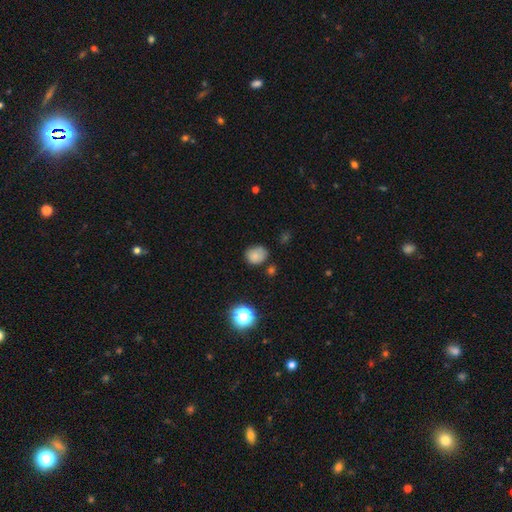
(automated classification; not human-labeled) Smooth or featured? smooth (80%)
How rounded? round (61%)
Merging? none (66%)